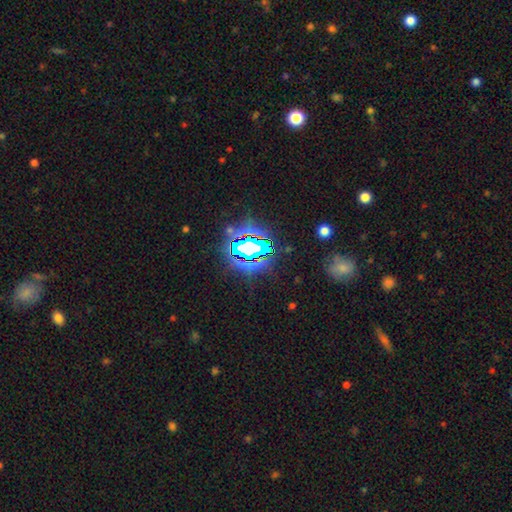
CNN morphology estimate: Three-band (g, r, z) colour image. It shows a star or artifact, not a galaxy (75%).